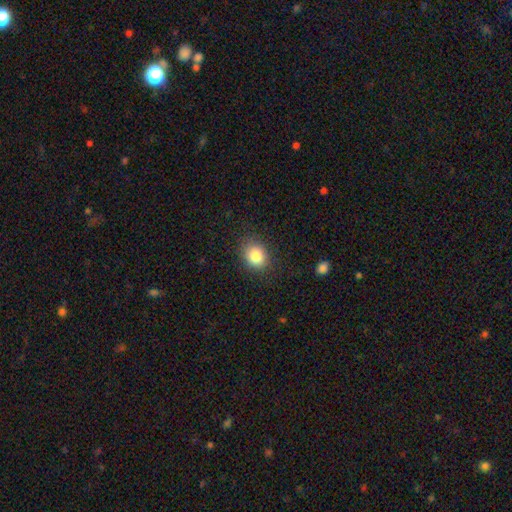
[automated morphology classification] type=smooth (83%); roundness=round (58%); merging=none (85%).